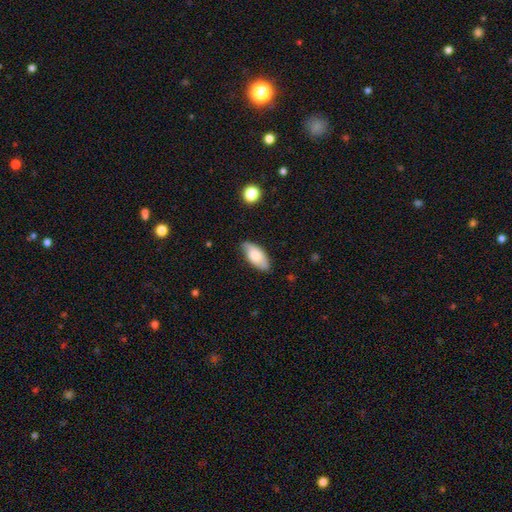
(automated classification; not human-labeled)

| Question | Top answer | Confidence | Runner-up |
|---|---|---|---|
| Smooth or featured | smooth | 71% | featured or disk (22%) |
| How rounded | in between | 92% | cigar-shaped (6%) |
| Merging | none | 75% | minor disturbance (20%) |